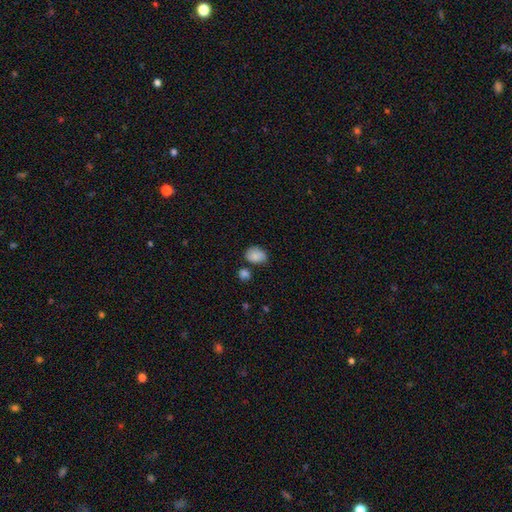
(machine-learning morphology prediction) Overall: smooth (84%). How rounded: in between (64%; round 35%). Merging: none (61%; minor disturbance 23%).